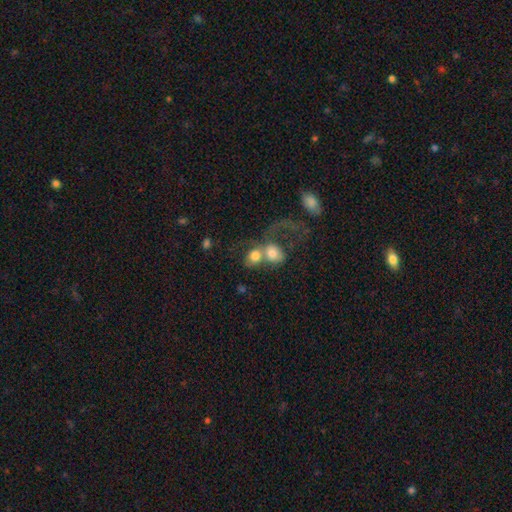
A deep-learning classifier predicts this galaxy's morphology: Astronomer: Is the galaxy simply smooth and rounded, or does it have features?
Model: smooth — 68%.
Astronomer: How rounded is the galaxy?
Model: round — 59% (runner-up: in between, 39%).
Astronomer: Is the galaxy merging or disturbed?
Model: merger — 71%.